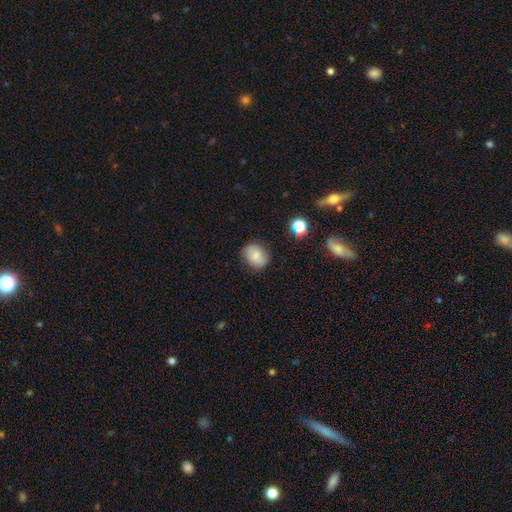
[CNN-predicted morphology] Smooth or featured: smooth — 76% (featured or disk — 14%)
How rounded: round — 50% (in between — 49%)
Merging: none — 82% (minor disturbance — 13%)